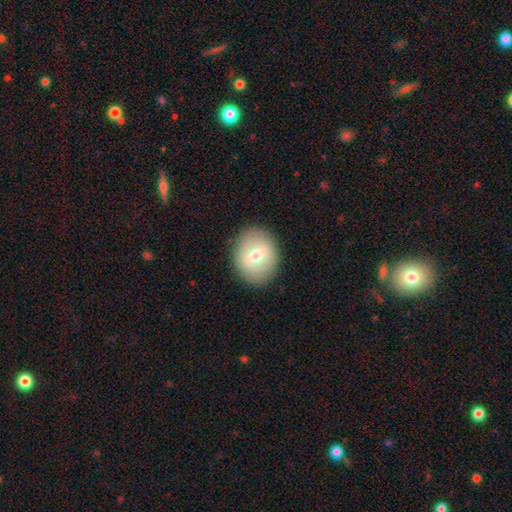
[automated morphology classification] This is possibly a smooth galaxy (50%). Merging: clearly none (87%).